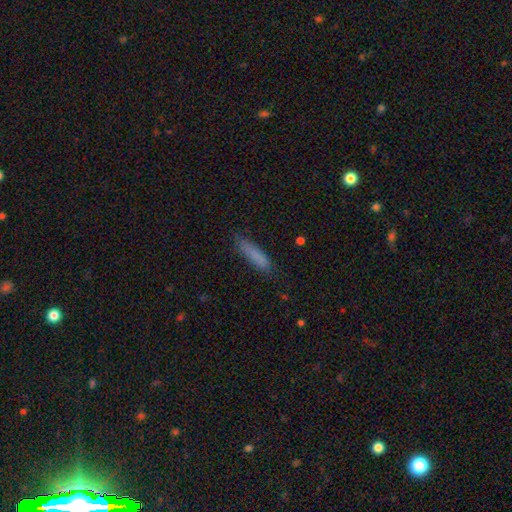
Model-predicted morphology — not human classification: Smooth or featured? smooth (82%)
How rounded? cigar-shaped (83%)
Merging? none (81%)